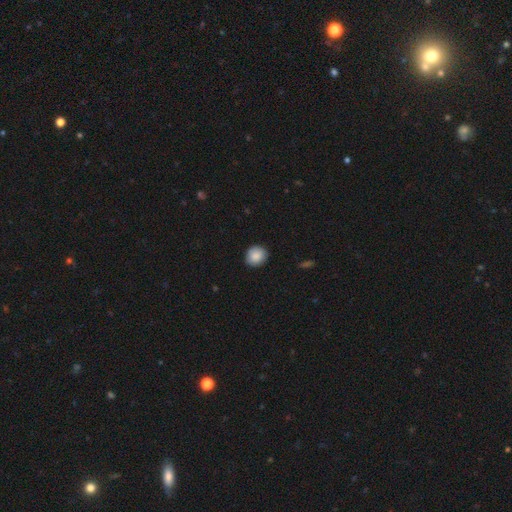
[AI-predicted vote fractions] smooth 88%, star or artifact 7%, featured or disk 5%. Down the decision tree: how rounded — round (83%); merging — none (88%).